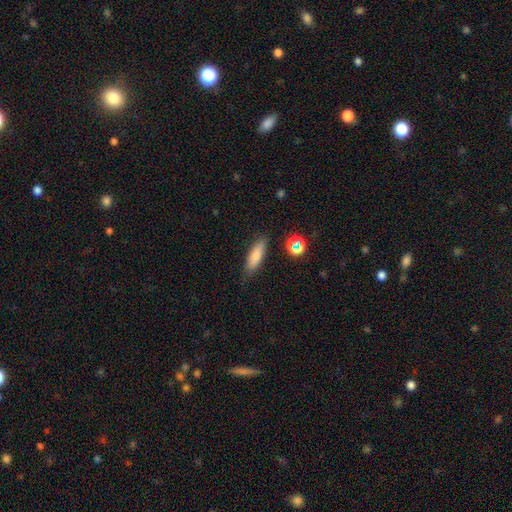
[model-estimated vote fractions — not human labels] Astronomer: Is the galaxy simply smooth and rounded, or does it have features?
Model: smooth — 76%.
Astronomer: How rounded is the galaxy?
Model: cigar-shaped — 53% (runner-up: in between, 44%).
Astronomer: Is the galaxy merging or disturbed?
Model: none — 83%.